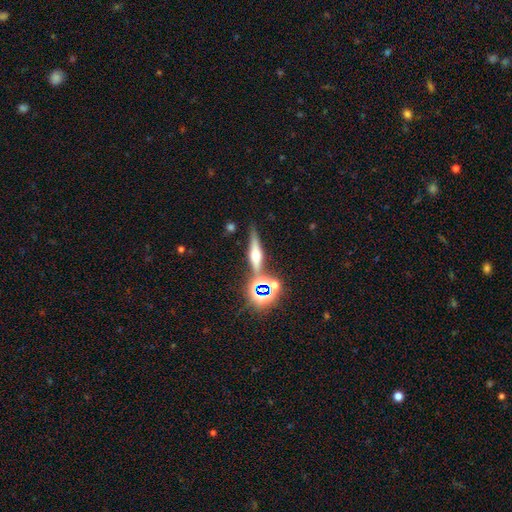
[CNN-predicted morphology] smooth-or-featured: featured or disk: 58% | smooth: 24% | star or artifact: 18%
  disk-edge-on: yes: 93% | no: 7%
    edge-on-bulge: rounded: 91% | boxy: 6% | none: 3%
  merging: none: 79% | minor disturbance: 10% | merger: 7% | major disturbance: 3%